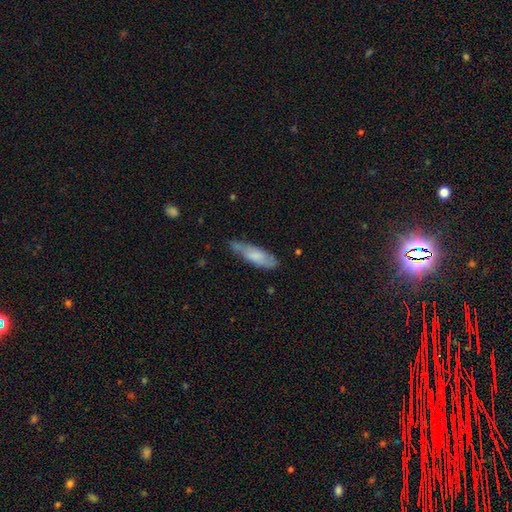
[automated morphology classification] A smooth galaxy with no disk features (65%) that is cigar-shaped (57%). Merging: none (63%).